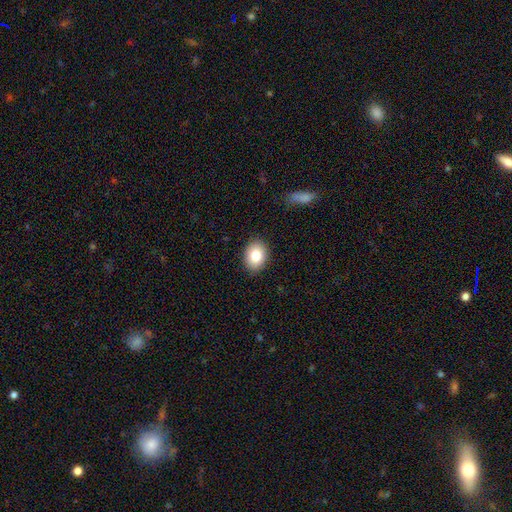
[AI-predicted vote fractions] A smooth galaxy with no disk features (81%) that is in between round and cigar-shaped (61%).

Vote fractions:
- Smooth or featured? smooth: 81% / featured or disk: 11% / star or artifact: 9%
- How rounded? in between: 61% / round: 38% / cigar-shaped: 1%
- Merging? none: 88% / minor disturbance: 9% / major disturbance: 2% / merger: 1%